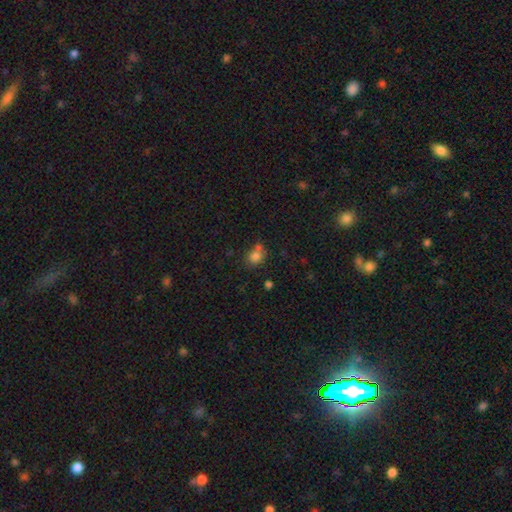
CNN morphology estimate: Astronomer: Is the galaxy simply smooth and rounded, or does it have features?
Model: smooth — 79%.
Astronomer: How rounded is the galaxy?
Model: round — 67%.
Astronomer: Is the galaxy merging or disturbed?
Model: none — 50% (runner-up: merger, 29%).